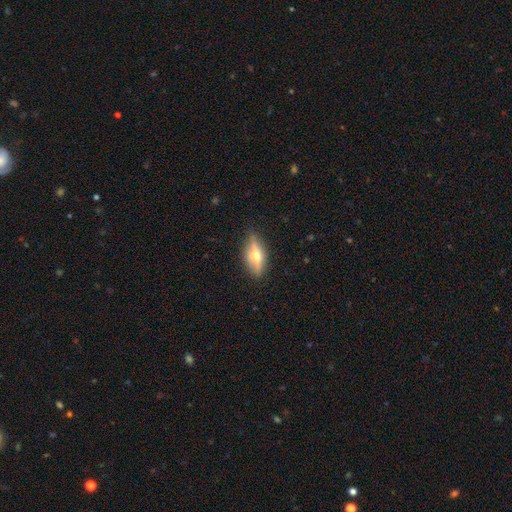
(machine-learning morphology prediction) Smooth or featured: featured or disk — 55% (smooth — 38%)
Edge-on disk: yes — 86% (no — 14%)
Merging: none — 84% (minor disturbance — 11%)